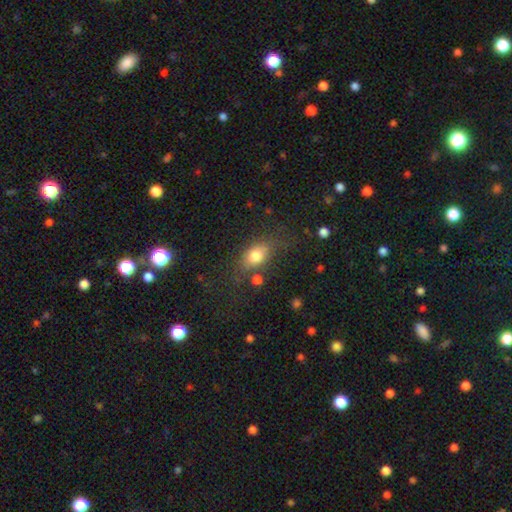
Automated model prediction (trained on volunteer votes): smooth-or-featured: smooth: 77% | featured or disk: 13% | star or artifact: 10%
  how-rounded: in between: 74% | round: 21% | cigar-shaped: 6%
  merging: none: 60% | minor disturbance: 21% | major disturbance: 12% | merger: 7%